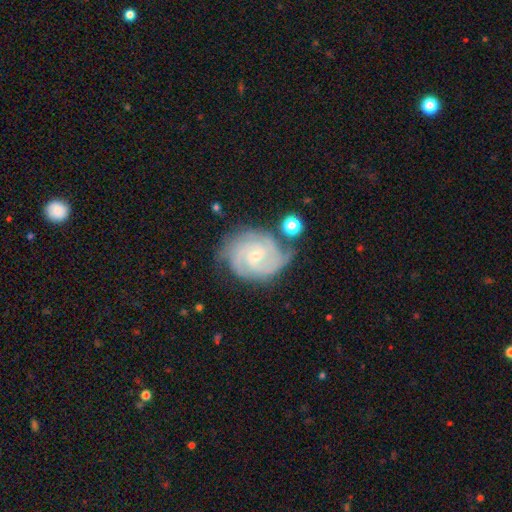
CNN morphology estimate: Smooth or featured?
  - featured or disk: 87% *
  - smooth: 7%
  - star or artifact: 5%
Edge-on disk?
  - no: 98% *
  - yes: 2%
Bar?
  - no: 52% *
  - weak: 40%
  - strong: 7%
Spiral arms?
  - yes: 98% *
  - no: 2%
Spiral winding?
  - tight: 65% *
  - medium: 31%
  - loose: 5%
Spiral arm count?
  - 3: 37% *
  - 2: 22%
  - can't tell: 16%
  - 4: 15%
  - more than 4: 5%
  - 1: 5%
Bulge size?
  - small: 71% *
  - moderate: 26%
  - none: 2%
  - large: 1%
  - dominant: 1%
Merging?
  - none: 67% *
  - minor disturbance: 21%
  - major disturbance: 7%
  - merger: 5%